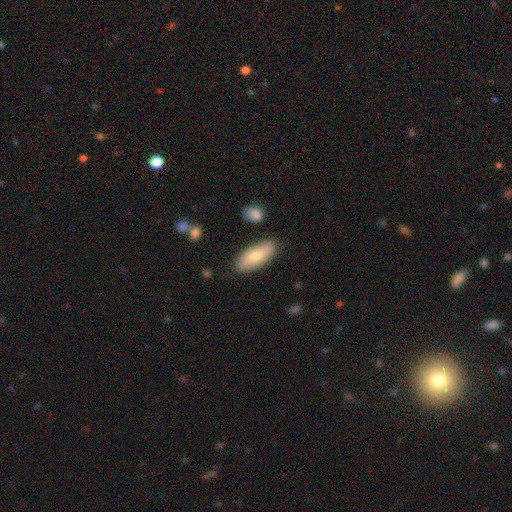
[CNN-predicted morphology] This appears to be a smooth galaxy with no disk features (72%) that is in between round and cigar-shaped (82%). Merging: none (82%).